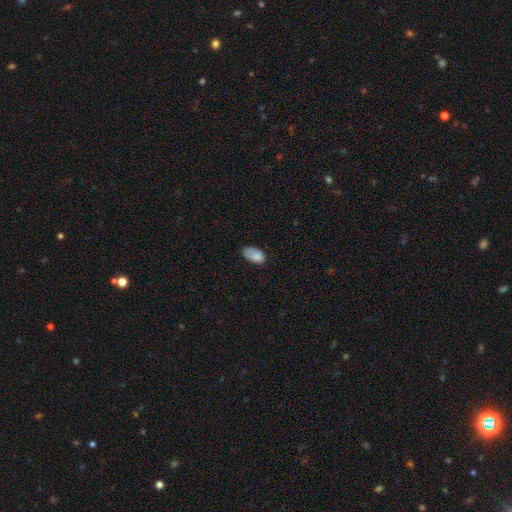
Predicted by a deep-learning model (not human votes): A smooth galaxy with no disk features (81%) that is in between round and cigar-shaped (93%). Merging: none (51%).